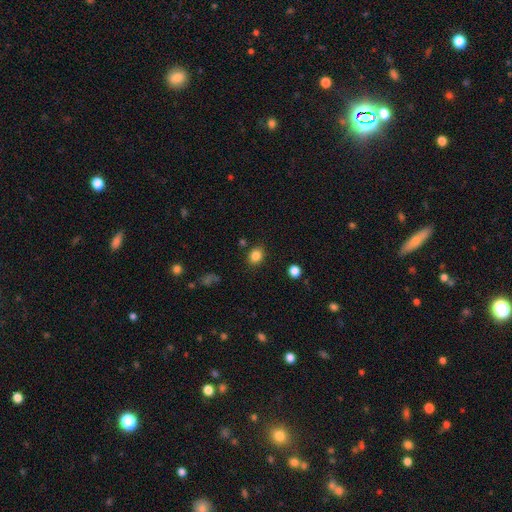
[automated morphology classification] The model was most divided on "how rounded": round: 54%, in between: 45%, cigar-shaped: 1%. More confident: smooth or featured — smooth (85%); merging — none (84%).